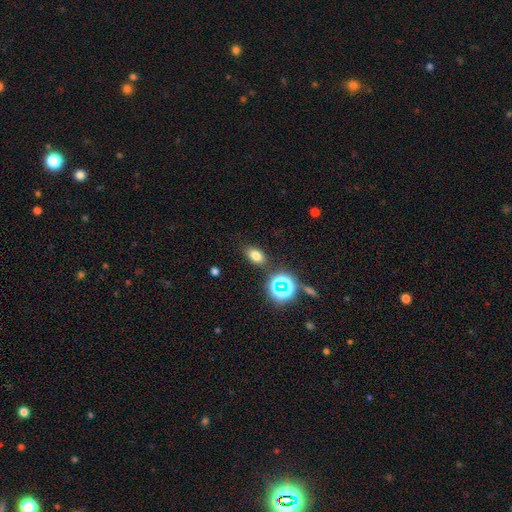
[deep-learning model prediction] Smooth or featured: smooth — 71% (star or artifact — 20%)
How rounded: in between — 81% (round — 16%)
Merging: none — 82% (minor disturbance — 11%)